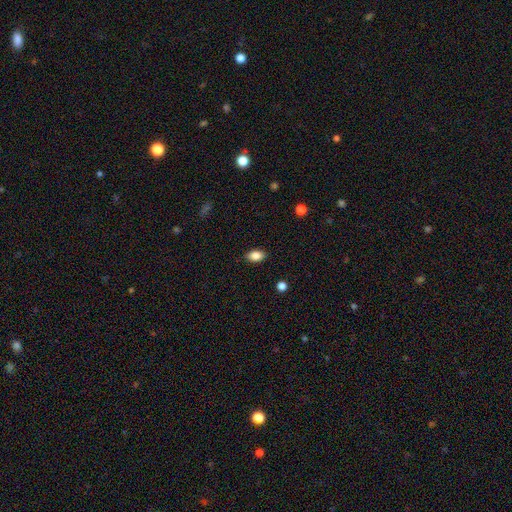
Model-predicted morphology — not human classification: A smooth galaxy with no disk features (86%) that is in between round and cigar-shaped (89%). Merging: none (87%).